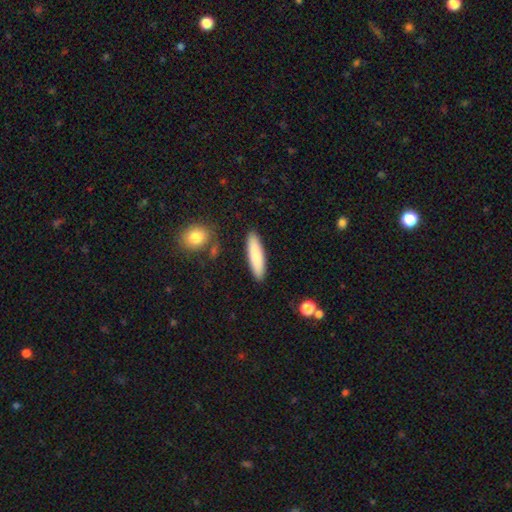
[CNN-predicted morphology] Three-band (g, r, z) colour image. It shows a smooth galaxy with no disk features (84%) that is cigar-shaped (73%). Merging: none (88%).